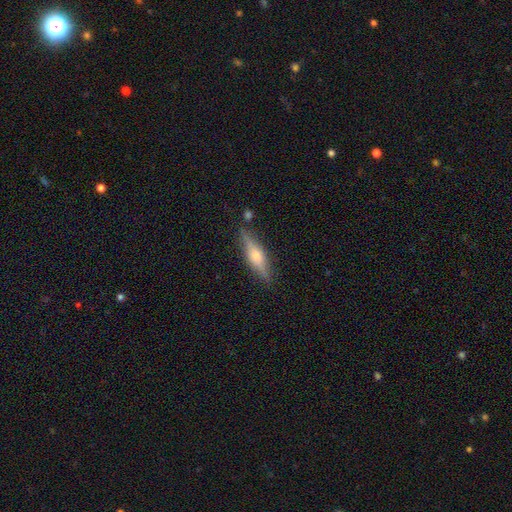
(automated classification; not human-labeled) featured or disk 62%, smooth 31%, star or artifact 7%. Down the decision tree: edge-on disk — yes (95%); edge-on bulge — rounded (89%); merging — none (83%).